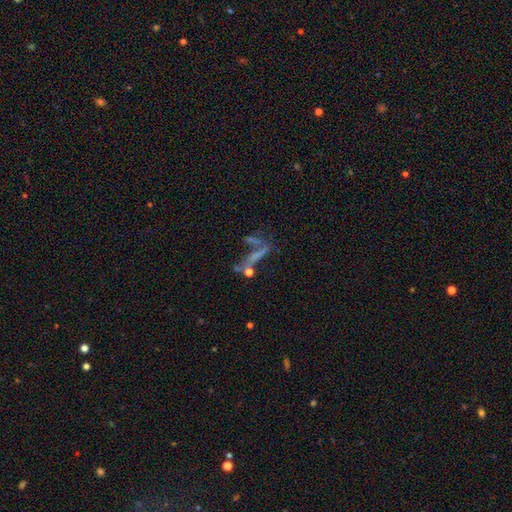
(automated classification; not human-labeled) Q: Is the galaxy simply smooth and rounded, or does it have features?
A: featured or disk — 41%.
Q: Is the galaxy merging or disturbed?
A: merger — 32%.